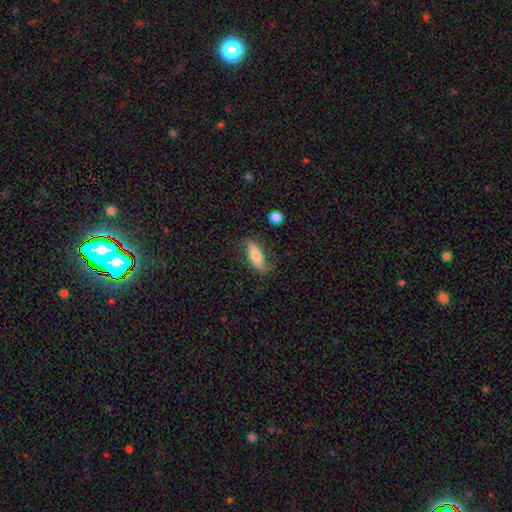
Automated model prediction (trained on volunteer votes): Smooth or featured: smooth — 69% (featured or disk — 25%)
How rounded: in between — 69% (cigar-shaped — 28%)
Merging: none — 71% (minor disturbance — 20%)